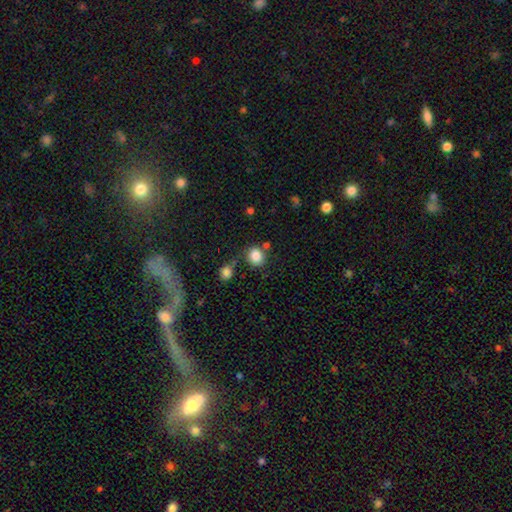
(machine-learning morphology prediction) type=smooth (85%); roundness=round (76%); merging=none (70%).